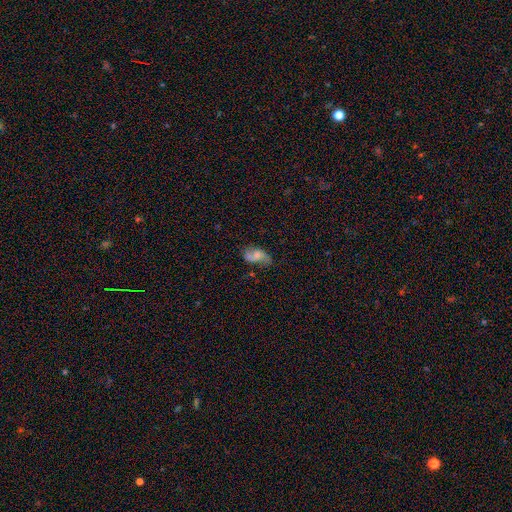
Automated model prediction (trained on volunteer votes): Overall: featured or disk (50%; smooth 41%). Merging: none (55%; minor disturbance 29%).